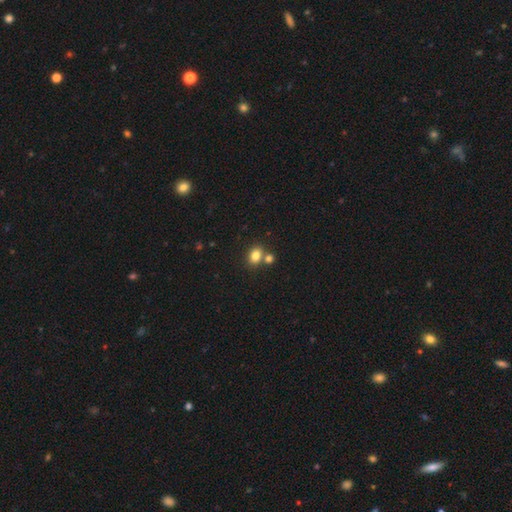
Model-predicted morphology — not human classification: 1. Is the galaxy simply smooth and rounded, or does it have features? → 82% smooth, 11% star or artifact, 7% featured or disk.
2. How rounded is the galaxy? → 60% in between, 39% round, 1% cigar-shaped.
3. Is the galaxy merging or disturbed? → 59% none, 29% merger, 9% minor disturbance, 3% major disturbance.